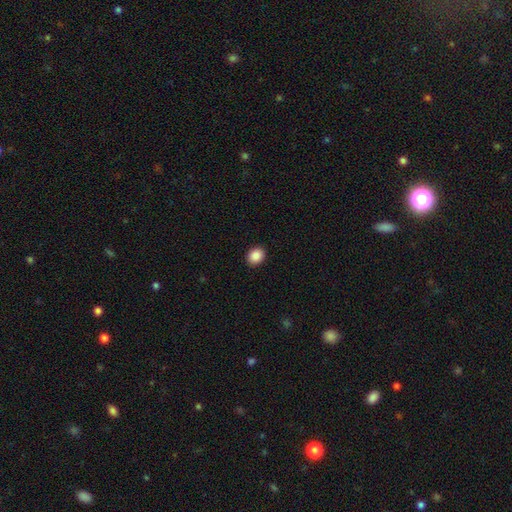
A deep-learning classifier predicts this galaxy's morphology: smooth-or-featured: smooth: 89% | star or artifact: 8% | featured or disk: 3%
  how-rounded: round: 50% | in between: 49% | cigar-shaped: 1%
  merging: none: 91% | minor disturbance: 6% | major disturbance: 2% | merger: 1%